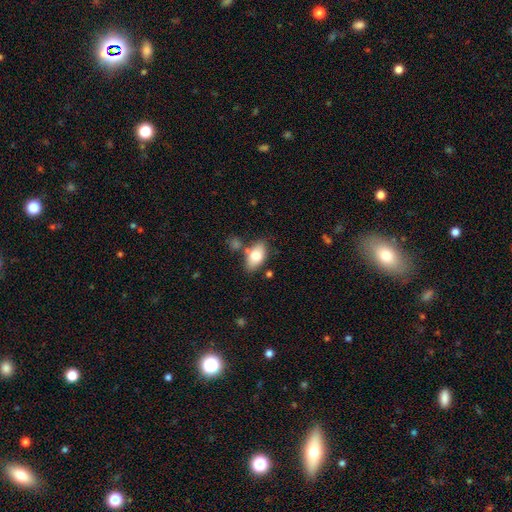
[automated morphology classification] This is likely a smooth galaxy (77%). How rounded: clearly in between (92%). Merging: likely none (70%).